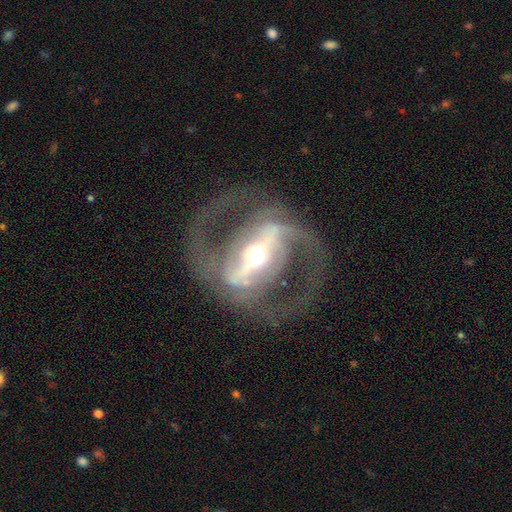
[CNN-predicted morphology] smooth-or-featured: featured or disk: 90% | smooth: 5% | star or artifact: 5%
  disk-edge-on: no: 94% | yes: 6%
    bar: strong: 75% | weak: 17% | no: 7%
    has-spiral-arms: yes: 88% | no: 12%
      spiral-winding: medium: 56% | tight: 23% | loose: 20%
      spiral-arm-count: 2: 89% | can't tell: 5% | 3: 2% | 1: 2% | 4: 1% | more than 4: 1%
    bulge-size: moderate: 57% | small: 31% | large: 9% | dominant: 2% | none: 1%
  merging: none: 74% | major disturbance: 13% | minor disturbance: 11% | merger: 1%